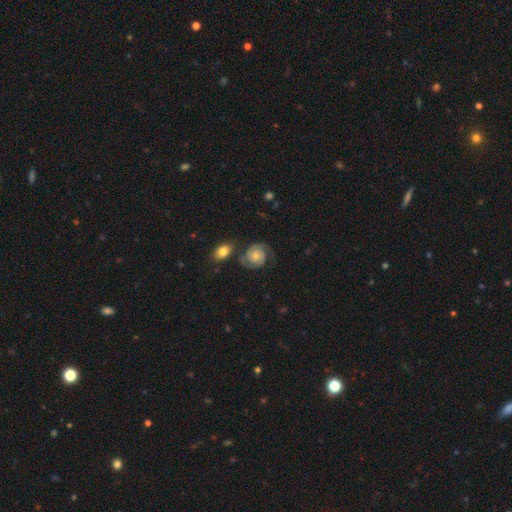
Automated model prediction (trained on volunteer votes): Q: Smooth or featured?
A: featured or disk (79%); runner-up: smooth (14%)
Q: Edge-on disk?
A: no (98%); runner-up: yes (2%)
Q: Bar?
A: no (79%); runner-up: weak (18%)
Q: Spiral arms?
A: yes (95%); runner-up: no (5%)
Q: Spiral winding?
A: tight (53%); runner-up: medium (36%)
Q: Spiral arm count?
A: 2 (85%); runner-up: can't tell (6%)
Q: Bulge size?
A: small (54%); runner-up: moderate (38%)
Q: Merging?
A: none (68%); runner-up: minor disturbance (16%)